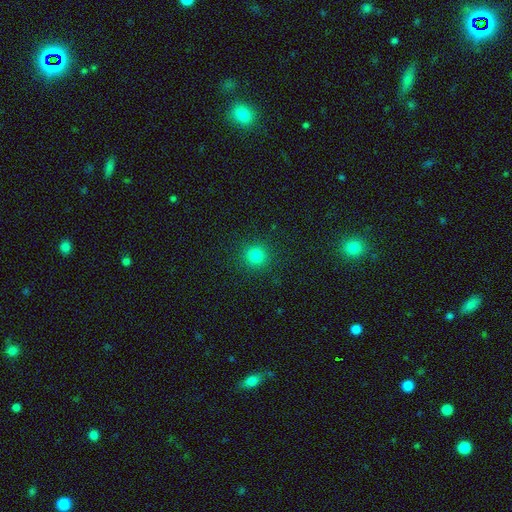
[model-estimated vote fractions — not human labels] Smooth or featured? smooth (82%)
How rounded? round (94%)
Merging? none (91%)